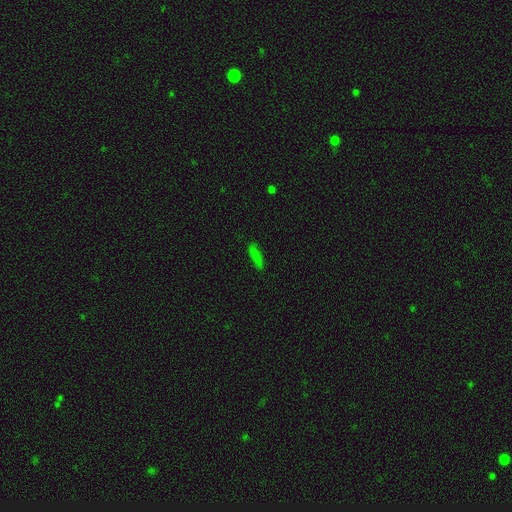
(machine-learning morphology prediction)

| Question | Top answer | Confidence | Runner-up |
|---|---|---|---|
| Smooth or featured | smooth | 77% | star or artifact (12%) |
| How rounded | cigar-shaped | 73% | in between (25%) |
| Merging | none | 81% | minor disturbance (14%) |